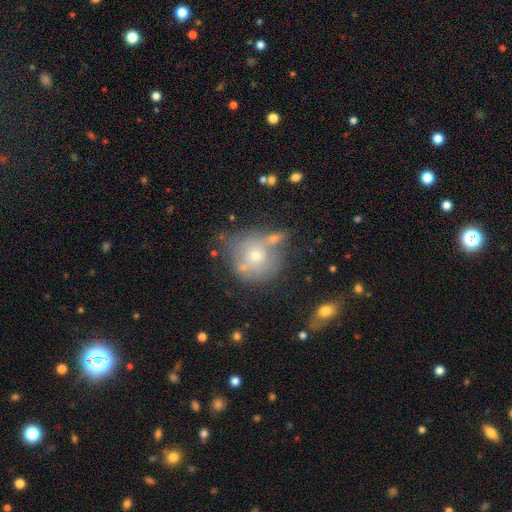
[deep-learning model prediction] A smooth galaxy with no disk features (48%). Merging: none (48%).